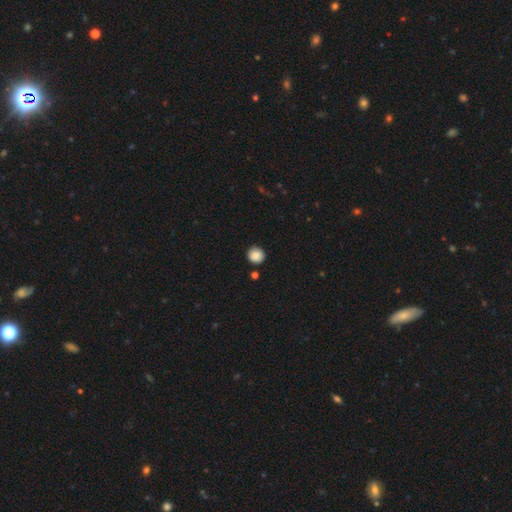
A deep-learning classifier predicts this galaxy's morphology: Smooth or featured? smooth (88%)
How rounded? round (91%)
Merging? none (87%)